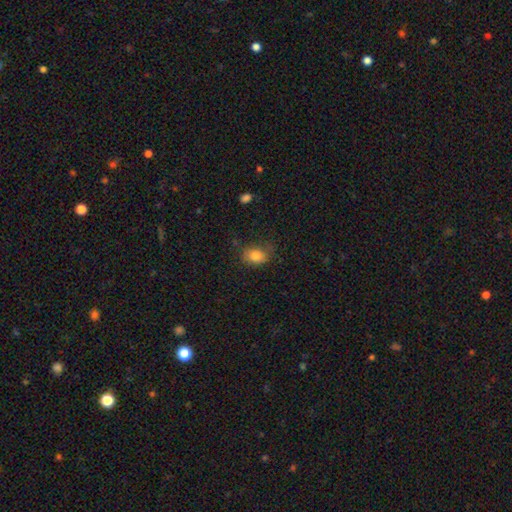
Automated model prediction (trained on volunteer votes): A smooth galaxy with no disk features (82%) that is in between round and cigar-shaped (69%).

Vote fractions:
- Smooth or featured? smooth: 82% / star or artifact: 10% / featured or disk: 9%
- How rounded? in between: 69% / round: 30% / cigar-shaped: 1%
- Merging? none: 70% / minor disturbance: 22% / major disturbance: 6% / merger: 2%